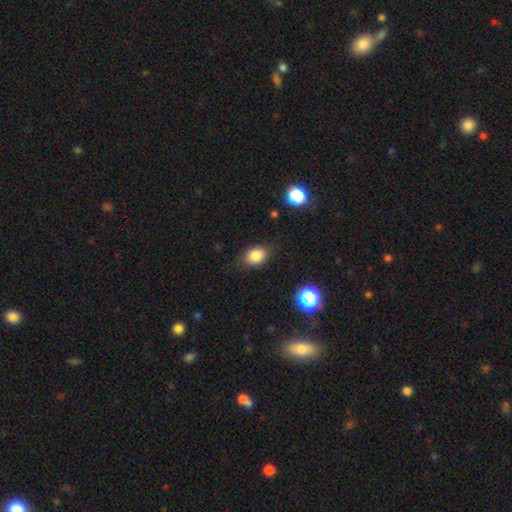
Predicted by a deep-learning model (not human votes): smooth-or-featured: smooth: 84% | star or artifact: 10% | featured or disk: 6%
  how-rounded: in between: 71% | round: 28% | cigar-shaped: 1%
  merging: none: 82% | minor disturbance: 14% | major disturbance: 3% | merger: 1%